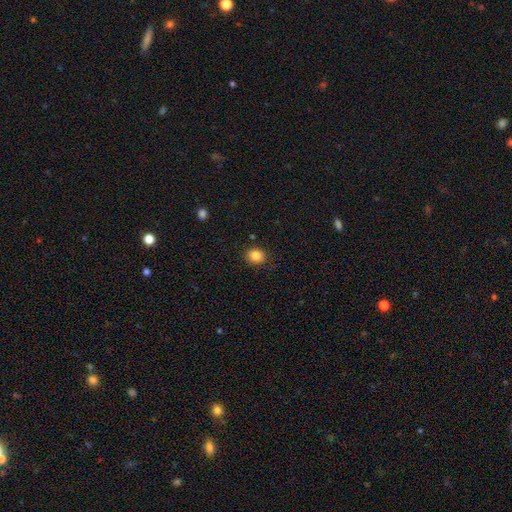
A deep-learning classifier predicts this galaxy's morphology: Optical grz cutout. It shows a smooth galaxy with no disk features (85%) that is round (68%). Merging: none (87%).